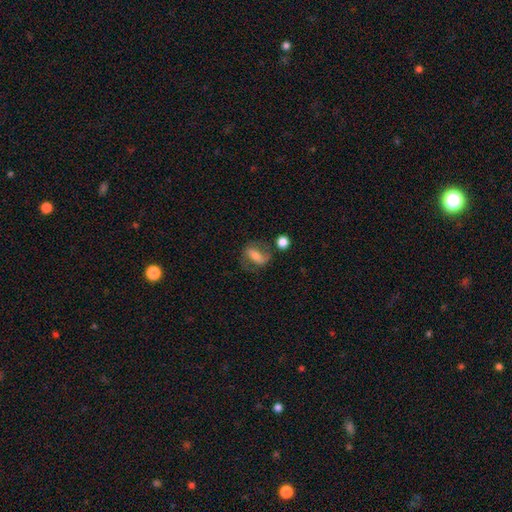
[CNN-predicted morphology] The model was most divided on "smooth or featured": featured or disk: 53%, smooth: 39%, star or artifact: 9%. More confident: edge-on disk — no (92%); merging — none (59%).